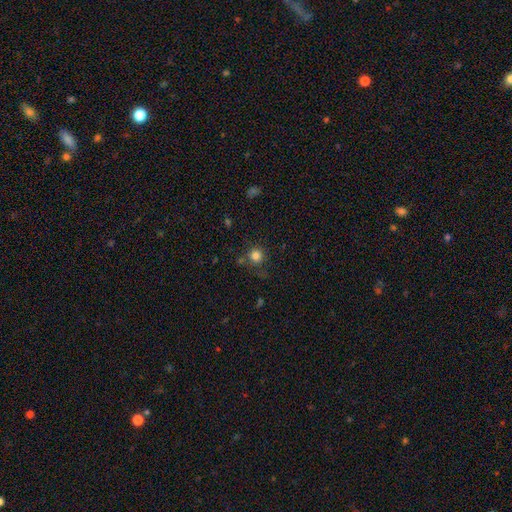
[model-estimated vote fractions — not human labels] This is clearly a smooth galaxy (82%). How rounded: clearly round (92%). Merging: likely none (77%).